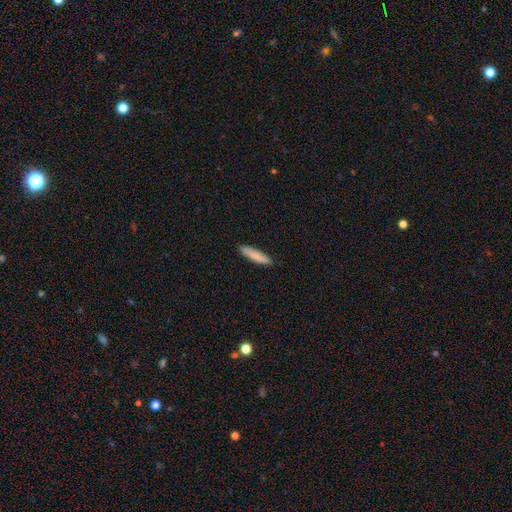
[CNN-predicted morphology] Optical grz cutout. It shows a smooth galaxy with no disk features (84%) that is cigar-shaped (84%). Merging: none (88%).